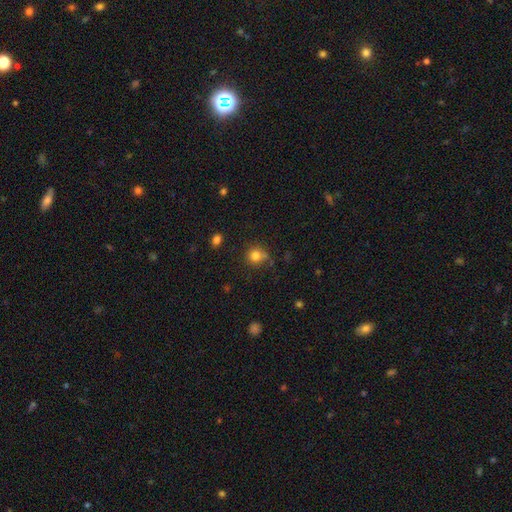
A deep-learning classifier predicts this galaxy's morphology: A smooth galaxy with no disk features (81%) that is round (86%). Merging: none (68%).